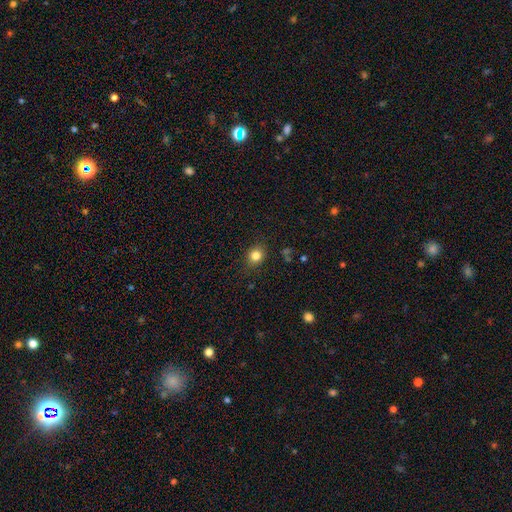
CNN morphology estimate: Smooth or featured? smooth (82%)
How rounded? round (74%)
Merging? none (86%)